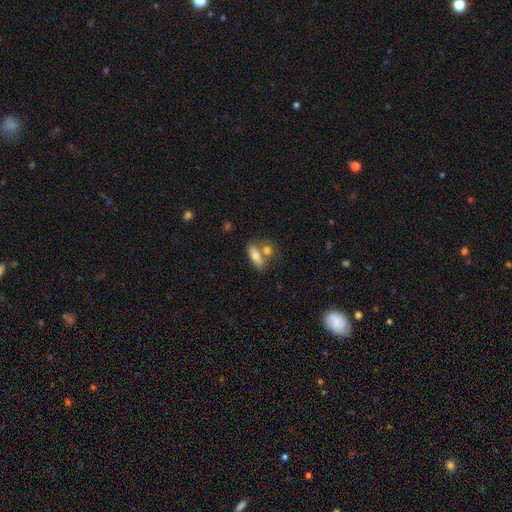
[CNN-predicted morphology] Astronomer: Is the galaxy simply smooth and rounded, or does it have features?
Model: smooth — 71%.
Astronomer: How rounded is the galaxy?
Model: in between — 68%.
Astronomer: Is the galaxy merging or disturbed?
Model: none — 46% (runner-up: merger, 40%).